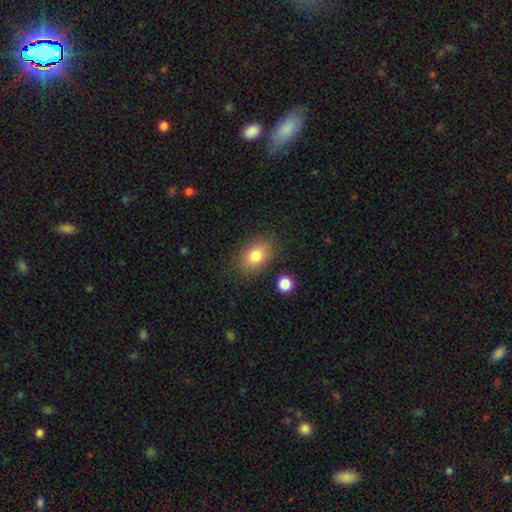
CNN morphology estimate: Smooth or featured? smooth (80%)
How rounded? in between (81%)
Merging? none (82%)